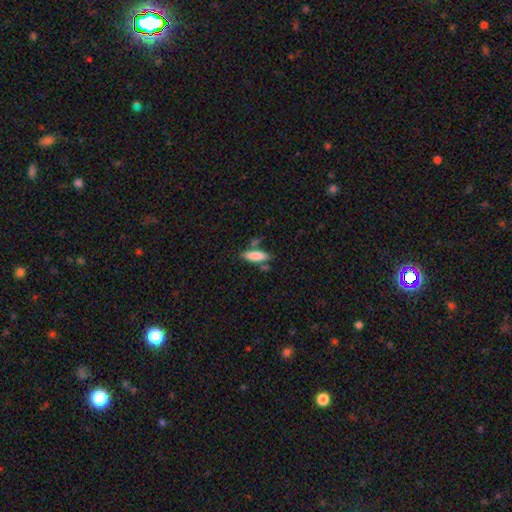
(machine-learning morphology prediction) smooth-or-featured: smooth: 83% | featured or disk: 10% | star or artifact: 7%
  how-rounded: in between: 53% | cigar-shaped: 45% | round: 2%
  merging: none: 61% | minor disturbance: 17% | merger: 16% | major disturbance: 6%